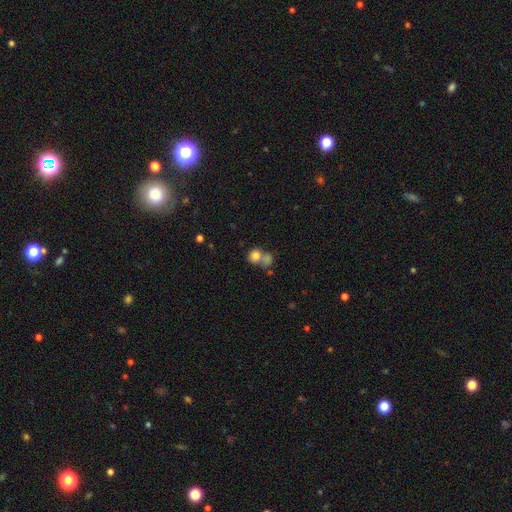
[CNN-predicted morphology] Smooth or featured? Predicted: smooth (p=0.79). How rounded? Predicted: round (p=0.79). Merging? Predicted: merger (p=0.50).